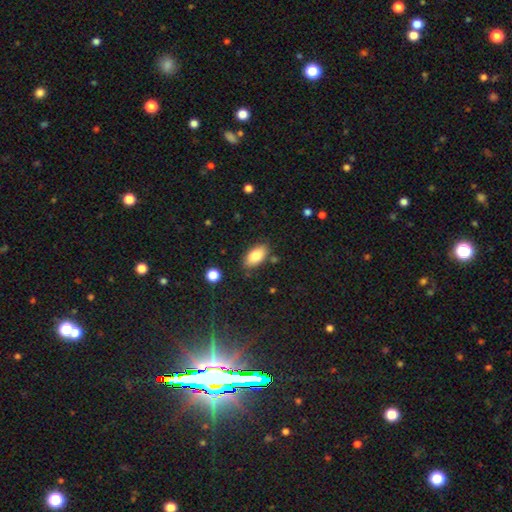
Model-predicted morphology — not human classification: Smooth or featured: smooth — 82% (featured or disk — 11%)
How rounded: in between — 93% (round — 4%)
Merging: none — 83% (minor disturbance — 12%)